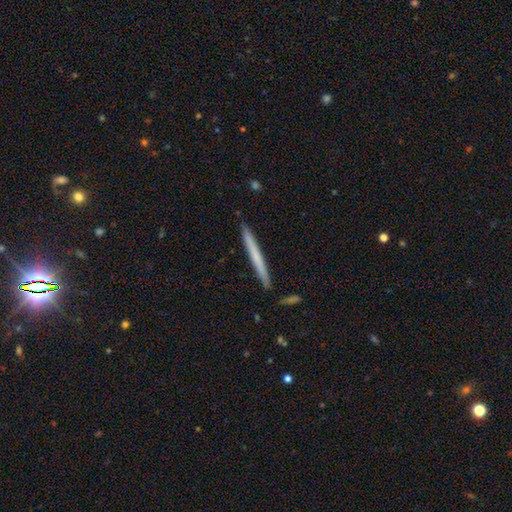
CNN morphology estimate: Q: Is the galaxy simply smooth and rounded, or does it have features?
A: smooth — 57%.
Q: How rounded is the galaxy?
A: cigar-shaped — 97%.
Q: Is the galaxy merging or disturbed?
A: none — 90%.